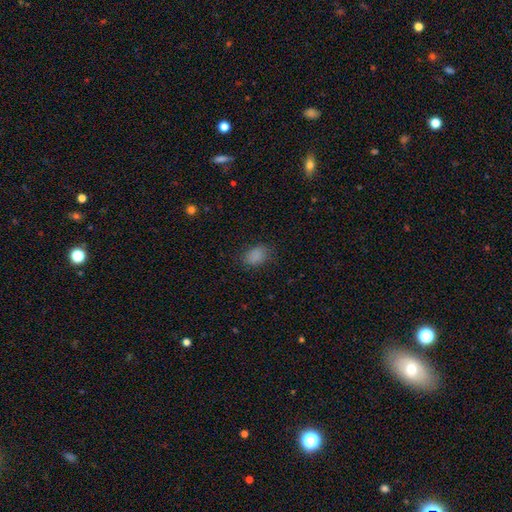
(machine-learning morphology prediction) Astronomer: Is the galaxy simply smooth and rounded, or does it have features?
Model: smooth — 85%.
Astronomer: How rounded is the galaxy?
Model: in between — 84%.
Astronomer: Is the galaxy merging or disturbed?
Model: none — 79%.